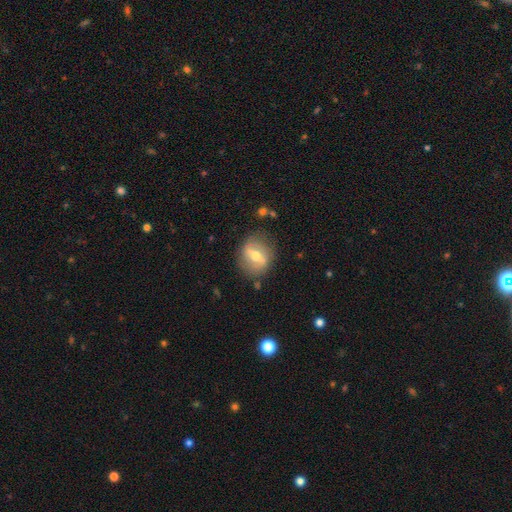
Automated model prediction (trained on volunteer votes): smooth_or_featured: featured or disk (p=0.58) [alt: smooth p=0.35]
disk_edge_on: no (p=0.86) [alt: yes p=0.14]
merging: none (p=0.78) [alt: minor disturbance p=0.14]